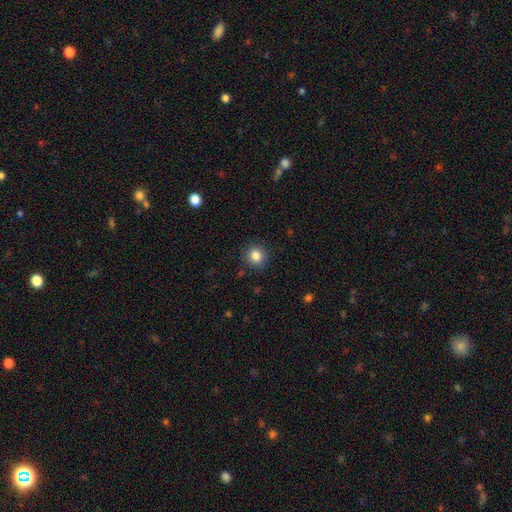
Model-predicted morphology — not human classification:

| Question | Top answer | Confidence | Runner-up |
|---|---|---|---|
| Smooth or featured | smooth | 84% | star or artifact (10%) |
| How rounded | round | 84% | in between (15%) |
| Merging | none | 89% | minor disturbance (8%) |